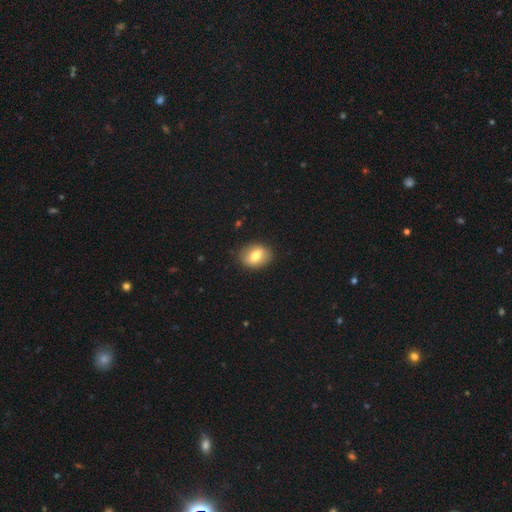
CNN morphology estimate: type=smooth (71%); roundness=in between (61%); merging=none (87%).